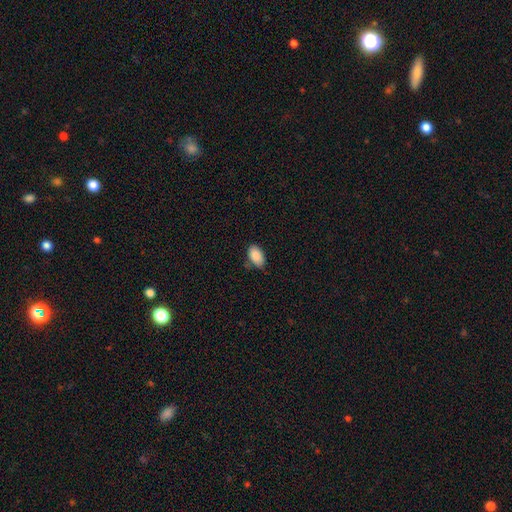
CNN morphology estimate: Overall: smooth (88%). How rounded: in between (94%). Merging: none (72%).